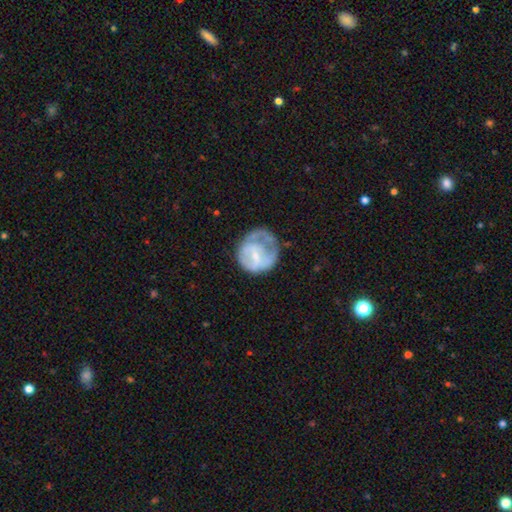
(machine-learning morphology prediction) Smooth or featured? Predicted: featured or disk (p=0.53). Edge-on disk? Predicted: no (p=0.98). Bar? Predicted: no (p=0.52). Spiral arms? Predicted: no (p=0.57). Bulge size? Predicted: small (p=0.51). Merging? Predicted: none (p=0.36).